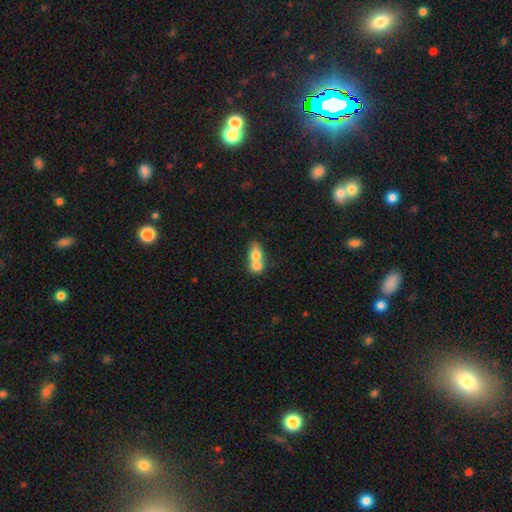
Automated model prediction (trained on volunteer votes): Smooth or featured? smooth (71%)
How rounded? in between (57%)
Merging? merger (75%)